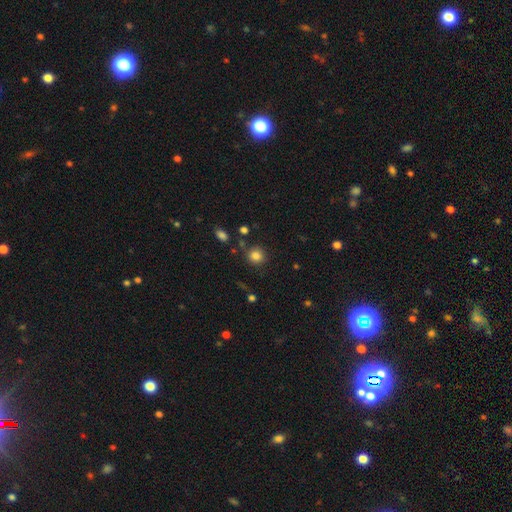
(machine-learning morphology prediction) The model was most divided on "smooth or featured": smooth: 83%, star or artifact: 12%, featured or disk: 5%. More confident: how rounded — round (89%); merging — none (83%).